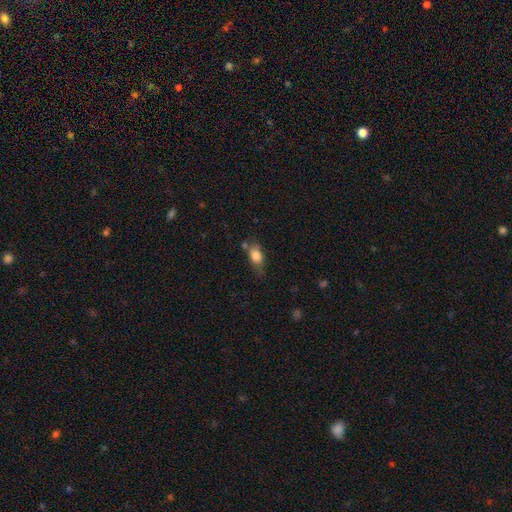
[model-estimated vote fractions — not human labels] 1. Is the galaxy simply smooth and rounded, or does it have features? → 80% smooth, 11% featured or disk, 8% star or artifact.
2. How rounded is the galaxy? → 80% in between, 14% round, 6% cigar-shaped.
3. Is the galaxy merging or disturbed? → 54% none, 28% minor disturbance, 9% merger, 9% major disturbance.